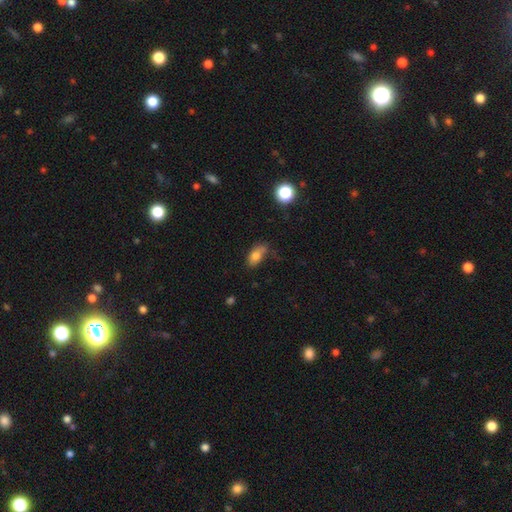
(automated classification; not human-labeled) Smooth or featured?
  - smooth: 78% *
  - featured or disk: 12%
  - star or artifact: 10%
How rounded?
  - in between: 85% *
  - cigar-shaped: 8%
  - round: 6%
Merging?
  - none: 55% *
  - minor disturbance: 30%
  - major disturbance: 9%
  - merger: 6%